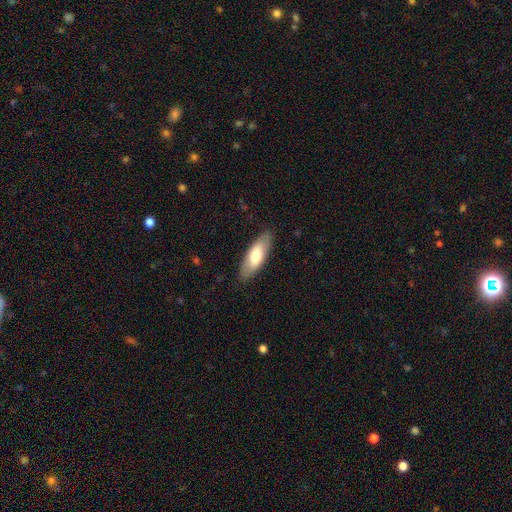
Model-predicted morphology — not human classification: Smooth or featured? Predicted: smooth (p=0.69). How rounded? Predicted: in between (p=0.69). Merging? Predicted: none (p=0.85).